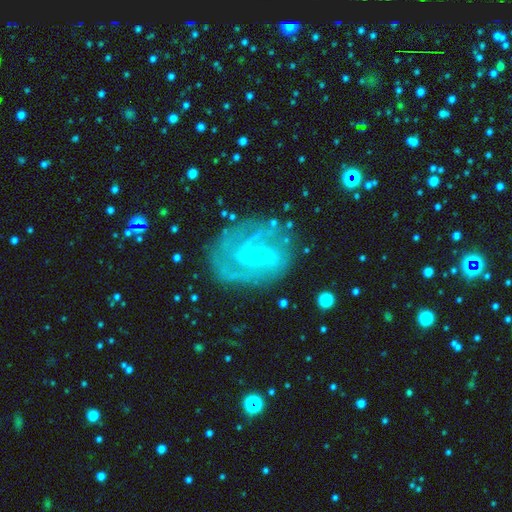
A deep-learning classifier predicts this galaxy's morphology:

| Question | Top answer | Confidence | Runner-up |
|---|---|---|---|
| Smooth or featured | featured or disk | 84% | smooth (9%) |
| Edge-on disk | no | 98% | yes (2%) |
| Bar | weak | 50% | no (32%) |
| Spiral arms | yes | 95% | no (5%) |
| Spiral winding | medium | 43% | tied: tight (43%) |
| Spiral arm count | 2 | 47% | can't tell (19%) |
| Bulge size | small | 62% | none (28%) |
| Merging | none | 73% | minor disturbance (16%) |